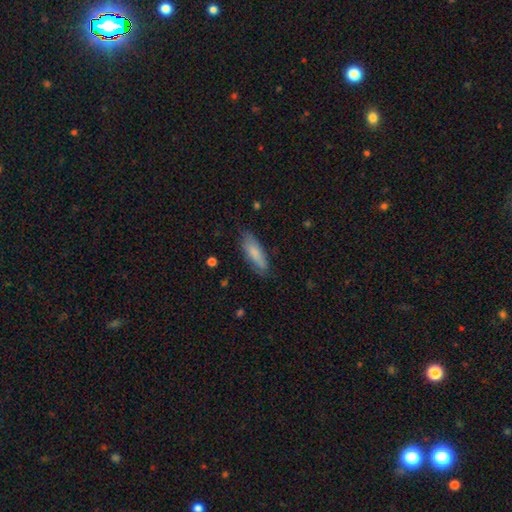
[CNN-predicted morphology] This is likely a smooth galaxy (64%). How rounded: possibly cigar-shaped (56%). Merging: clearly none (83%).